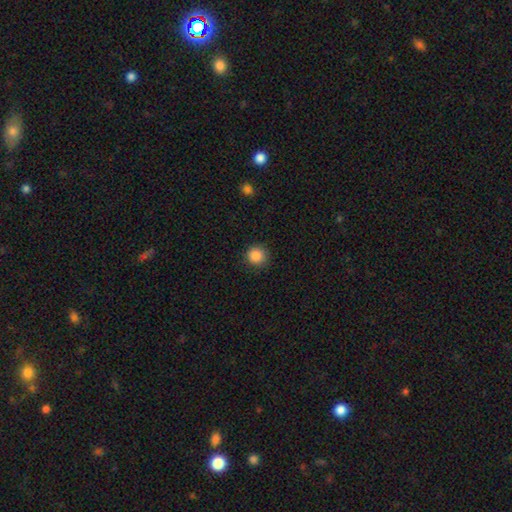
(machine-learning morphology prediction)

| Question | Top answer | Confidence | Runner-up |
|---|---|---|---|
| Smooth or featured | smooth | 87% | star or artifact (10%) |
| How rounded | round | 93% | in between (6%) |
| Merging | none | 88% | minor disturbance (8%) |